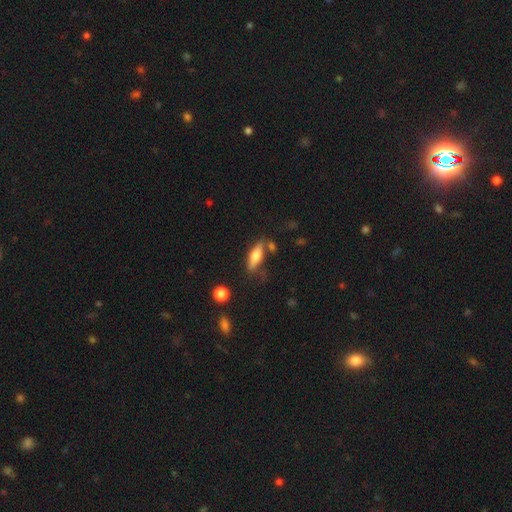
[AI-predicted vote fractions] A smooth galaxy with no disk features (52%) that is cigar-shaped (58%).

Vote fractions:
- Smooth or featured? smooth: 52% / featured or disk: 41% / star or artifact: 7%
- How rounded? cigar-shaped: 58% / in between: 40% / round: 3%
- Merging? none: 65% / minor disturbance: 19% / merger: 8% / major disturbance: 7%